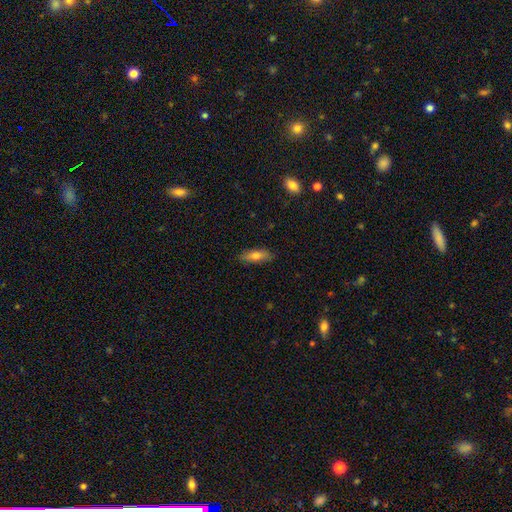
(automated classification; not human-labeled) smooth-or-featured: smooth: 69% | featured or disk: 24% | star or artifact: 7%
  how-rounded: in between: 57% | cigar-shaped: 40% | round: 3%
  merging: none: 86% | minor disturbance: 11% | major disturbance: 2% | merger: 1%